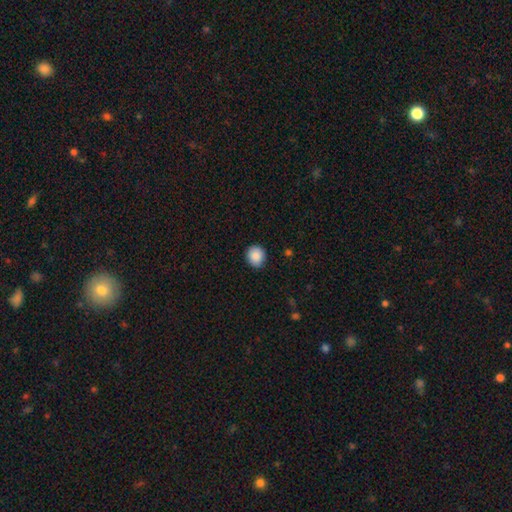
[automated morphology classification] Smooth or featured? Predicted: smooth (p=0.89). How rounded? Predicted: round (p=0.81). Merging? Predicted: none (p=0.88).